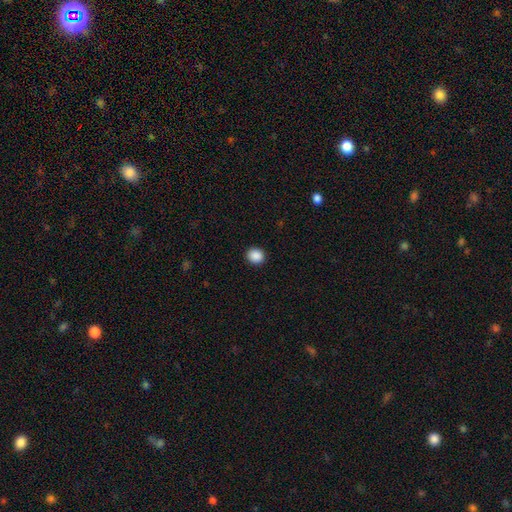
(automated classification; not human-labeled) Smooth or featured? smooth (89%)
How rounded? round (81%)
Merging? none (92%)